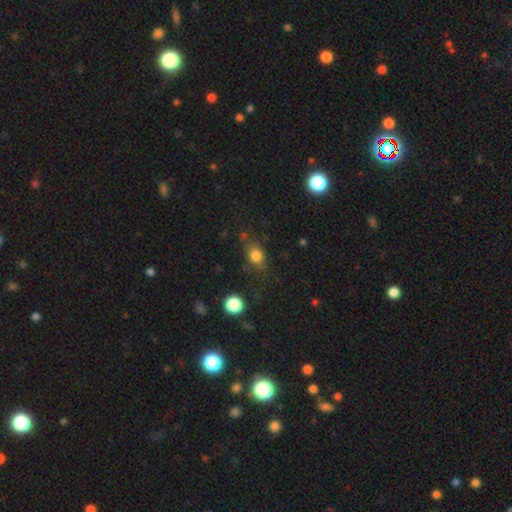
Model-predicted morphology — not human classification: Smooth or featured: smooth — 79% (star or artifact — 12%)
How rounded: in between — 59% (round — 39%)
Merging: none — 71% (minor disturbance — 18%)